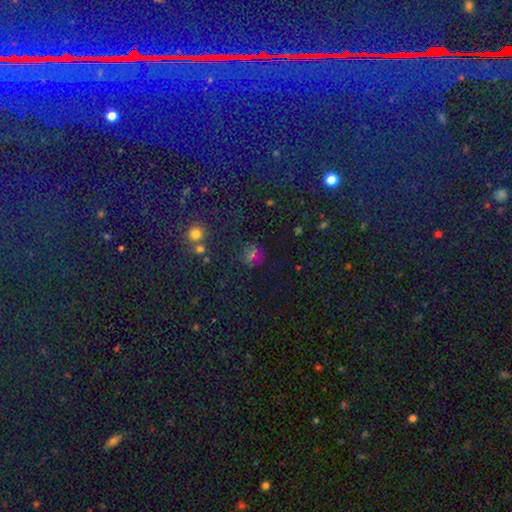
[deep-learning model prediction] smooth-or-featured: smooth: 46% | star or artifact: 41% | featured or disk: 13%
  merging: none: 77% | minor disturbance: 13% | major disturbance: 6% | merger: 4%